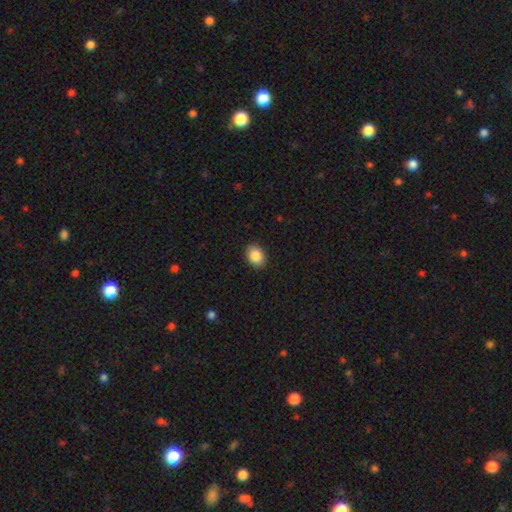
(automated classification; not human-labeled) Smooth or featured?
  - smooth: 88% *
  - star or artifact: 8%
  - featured or disk: 5%
How rounded?
  - in between: 77% *
  - round: 22%
  - cigar-shaped: 1%
Merging?
  - none: 90% *
  - minor disturbance: 7%
  - major disturbance: 2%
  - merger: 1%